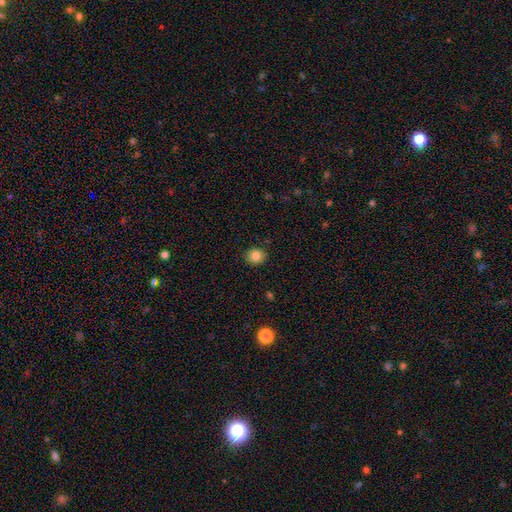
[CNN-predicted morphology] The model was most divided on "how rounded": round: 77%, in between: 22%, cigar-shaped: 1%. More confident: merging — none (88%); smooth or featured — smooth (84%).